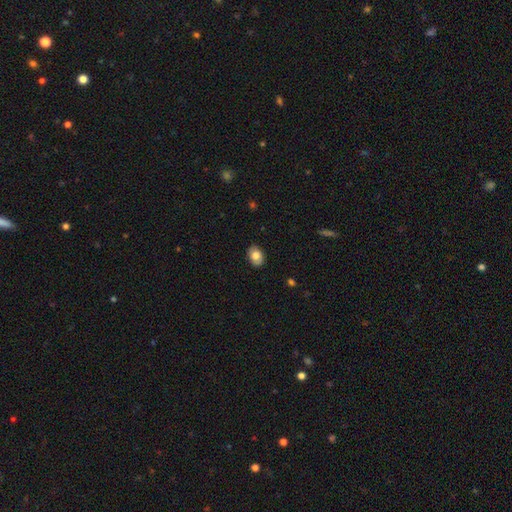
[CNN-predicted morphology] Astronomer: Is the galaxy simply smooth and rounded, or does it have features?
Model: smooth — 79%.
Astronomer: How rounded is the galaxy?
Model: in between — 77%.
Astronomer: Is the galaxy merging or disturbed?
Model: none — 87%.